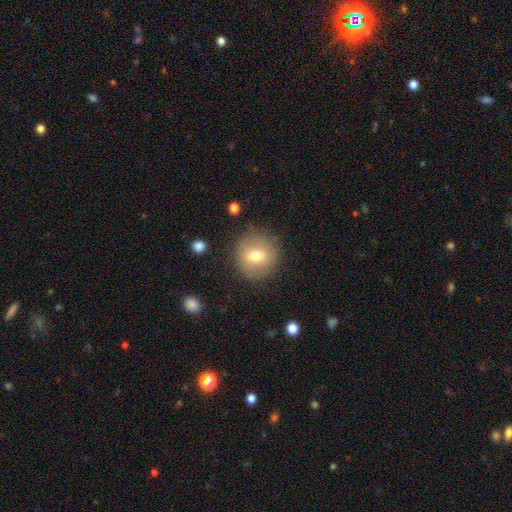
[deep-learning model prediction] smooth_or_featured: smooth (p=0.70) [alt: featured or disk p=0.21]
how_rounded: round (p=0.89) [alt: in between p=0.10]
merging: none (p=0.85) [alt: minor disturbance p=0.10]